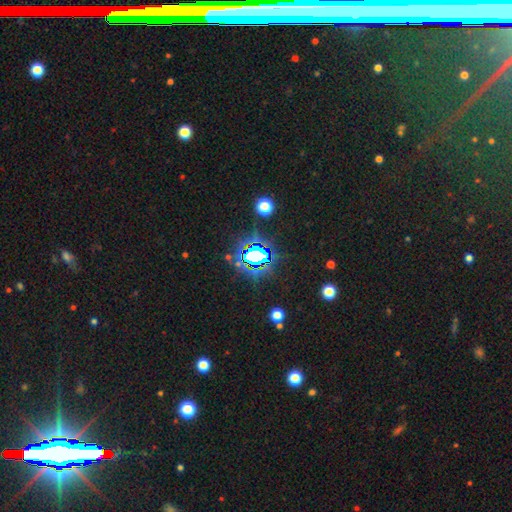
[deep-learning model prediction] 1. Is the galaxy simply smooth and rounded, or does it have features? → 74% star or artifact, 15% smooth, 11% featured or disk.